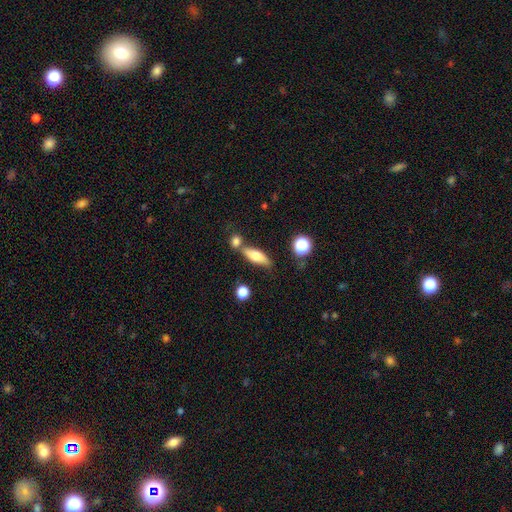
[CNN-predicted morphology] type=smooth (63%); roundness=in between (55%); merging=none (62%).